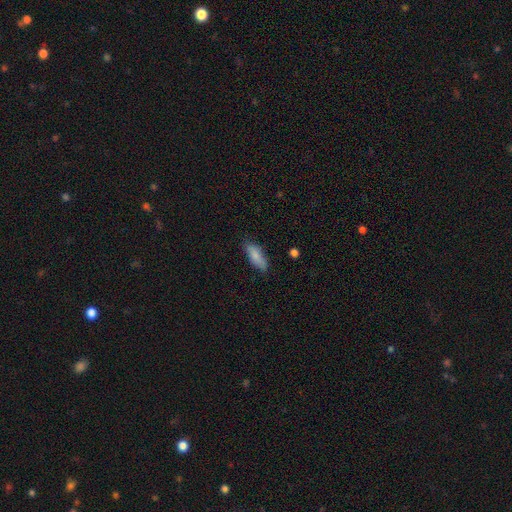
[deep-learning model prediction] smooth_or_featured: smooth (p=0.82) [alt: featured or disk p=0.11]
how_rounded: in between (p=0.63) [alt: cigar-shaped p=0.35]
merging: none (p=0.76) [alt: minor disturbance p=0.19]